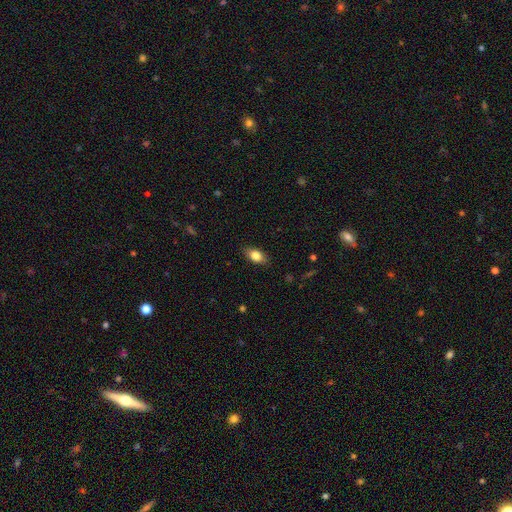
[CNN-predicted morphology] A smooth galaxy with no disk features (83%) that is in between round and cigar-shaped (88%).

Vote fractions:
- Smooth or featured? smooth: 83% / featured or disk: 10% / star or artifact: 8%
- How rounded? in between: 88% / round: 8% / cigar-shaped: 4%
- Merging? none: 86% / minor disturbance: 11% / major disturbance: 2% / merger: 1%